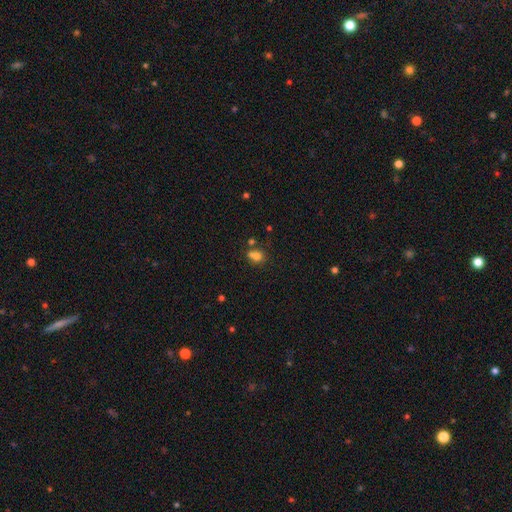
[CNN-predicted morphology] type=smooth (74%); roundness=round (53%); merging=none (43%).